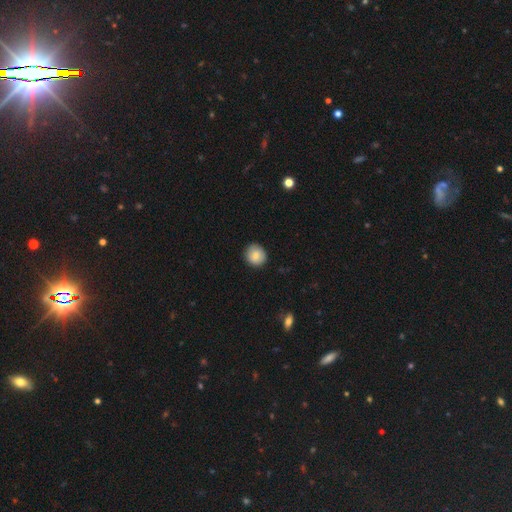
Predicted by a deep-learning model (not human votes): Smooth or featured?
  - smooth: 83% *
  - featured or disk: 9%
  - star or artifact: 8%
How rounded?
  - round: 88% *
  - in between: 11%
  - cigar-shaped: 1%
Merging?
  - none: 89% *
  - minor disturbance: 8%
  - major disturbance: 2%
  - merger: 1%